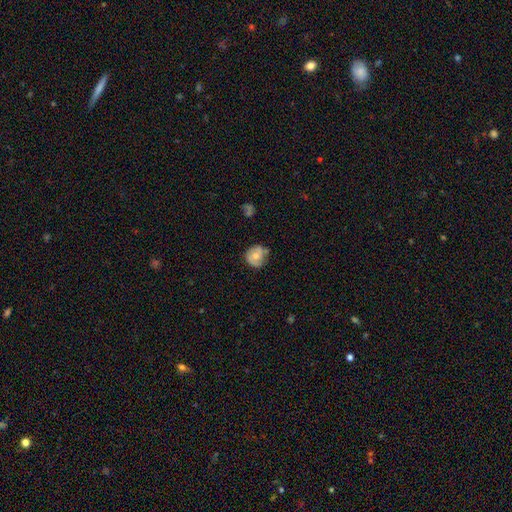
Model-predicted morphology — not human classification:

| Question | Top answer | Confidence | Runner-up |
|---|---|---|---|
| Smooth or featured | featured or disk | 46% | tied: smooth (46%) |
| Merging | none | 64% | minor disturbance (26%) |